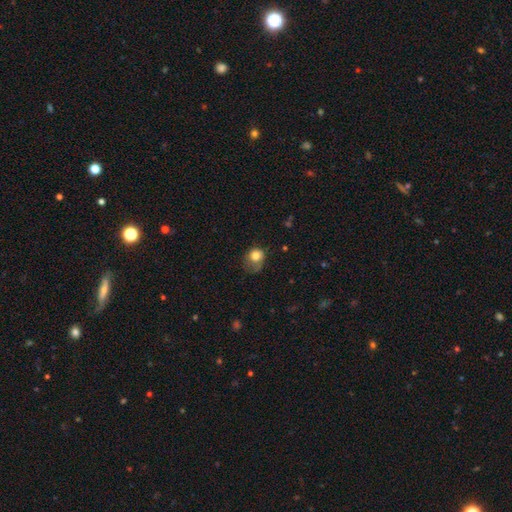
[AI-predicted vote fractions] Q: Smooth or featured?
A: smooth (80%); runner-up: featured or disk (11%)
Q: How rounded?
A: round (70%); runner-up: in between (29%)
Q: Merging?
A: minor disturbance (35%); runner-up: none (34%)